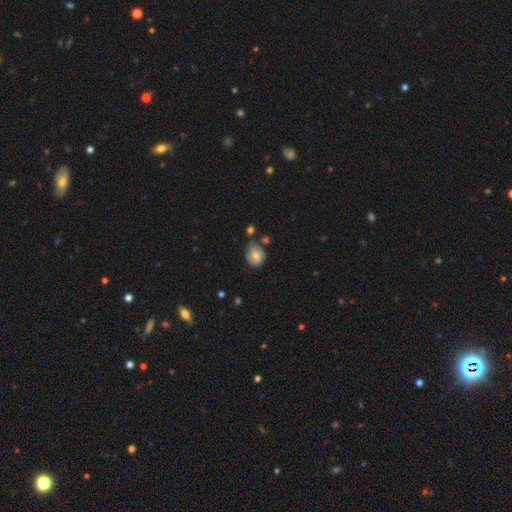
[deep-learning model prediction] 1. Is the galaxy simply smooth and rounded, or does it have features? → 68% smooth, 24% featured or disk, 9% star or artifact.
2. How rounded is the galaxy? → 59% round, 40% in between, 1% cigar-shaped.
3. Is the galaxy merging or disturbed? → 54% none, 29% minor disturbance, 9% merger, 8% major disturbance.